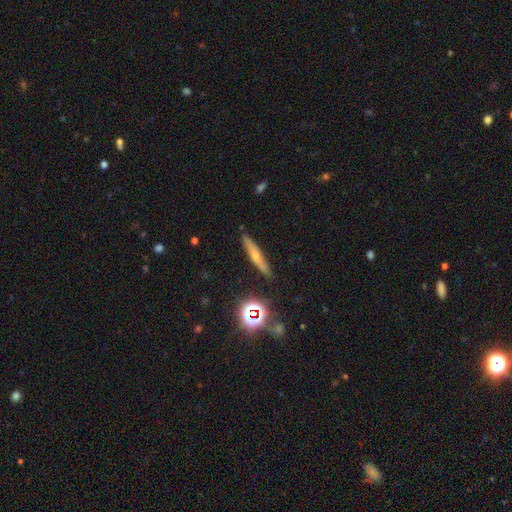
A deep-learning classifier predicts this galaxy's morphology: smooth_or_featured: smooth (p=0.46) [alt: featured or disk p=0.41]
merging: none (p=0.87) [alt: minor disturbance p=0.09]